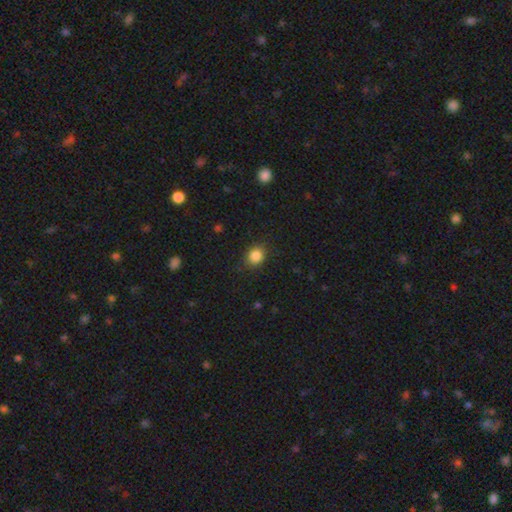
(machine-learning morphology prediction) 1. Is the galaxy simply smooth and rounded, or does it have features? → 85% smooth, 10% star or artifact, 5% featured or disk.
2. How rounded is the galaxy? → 64% round, 35% in between, 1% cigar-shaped.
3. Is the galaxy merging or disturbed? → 85% none, 11% minor disturbance, 3% major disturbance, 1% merger.